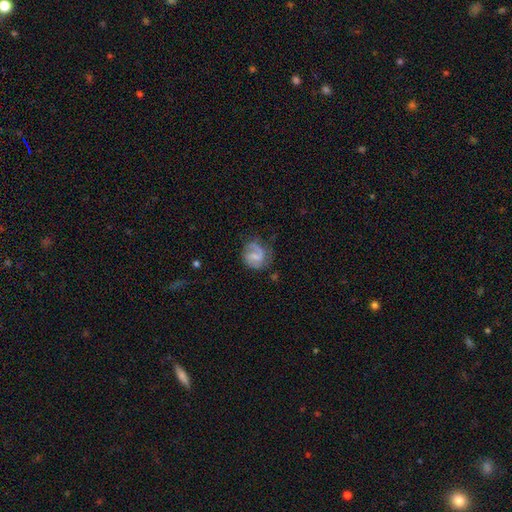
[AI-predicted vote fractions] The model was most divided on "bulge size": small: 38%, none: 37%, moderate: 20%, large: 3%, dominant: 1%. Remaining: edge-on disk — no (98%); spiral arms — yes (88%); spiral arm count — 2 (68%); smooth or featured — featured or disk (64%); merging — none (59%); bar — weak (52%); spiral winding — medium (46%).